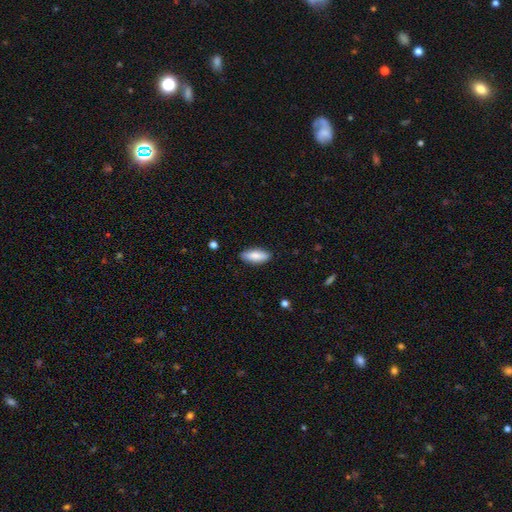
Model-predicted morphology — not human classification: smooth_or_featured: smooth (p=0.83) [alt: featured or disk p=0.12]
how_rounded: in between (p=0.74) [alt: cigar-shaped p=0.24]
merging: none (p=0.87) [alt: minor disturbance p=0.09]